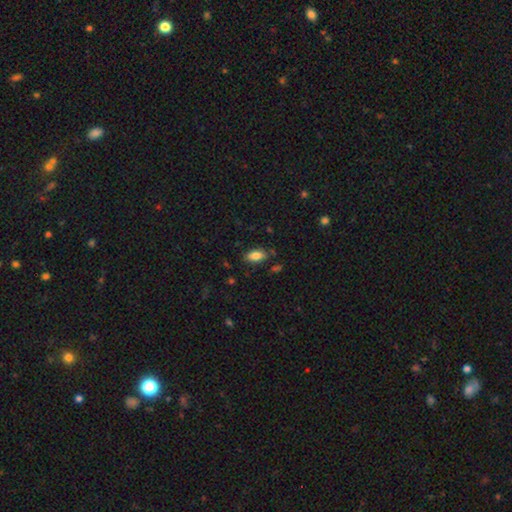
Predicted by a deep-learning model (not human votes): Smooth or featured?
  - smooth: 83% *
  - featured or disk: 9%
  - star or artifact: 8%
How rounded?
  - in between: 91% *
  - cigar-shaped: 6%
  - round: 3%
Merging?
  - none: 81% *
  - minor disturbance: 13%
  - major disturbance: 3%
  - merger: 3%